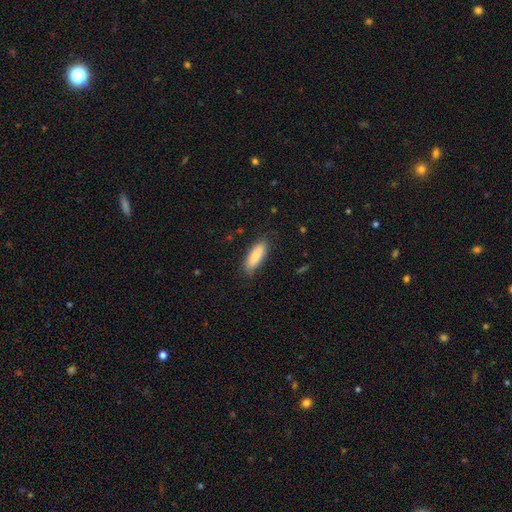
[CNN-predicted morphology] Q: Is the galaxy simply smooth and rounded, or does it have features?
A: smooth — 86%.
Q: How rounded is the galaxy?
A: in between — 57%.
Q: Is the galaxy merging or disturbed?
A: none — 82%.